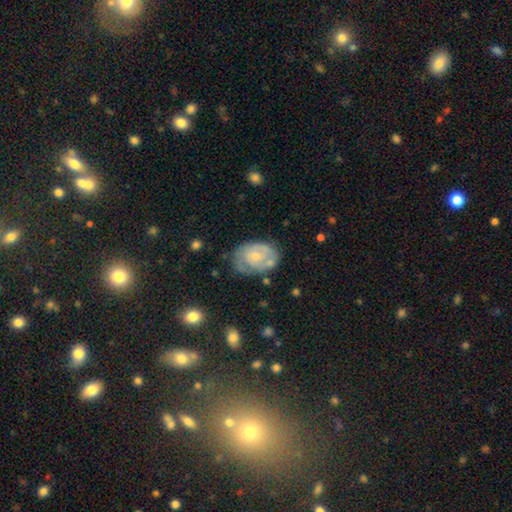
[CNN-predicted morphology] A featured or disk galaxy (61%) with no bar (74%), spiral arms (70%) and a small central bulge (61%). Merging: none (55%).